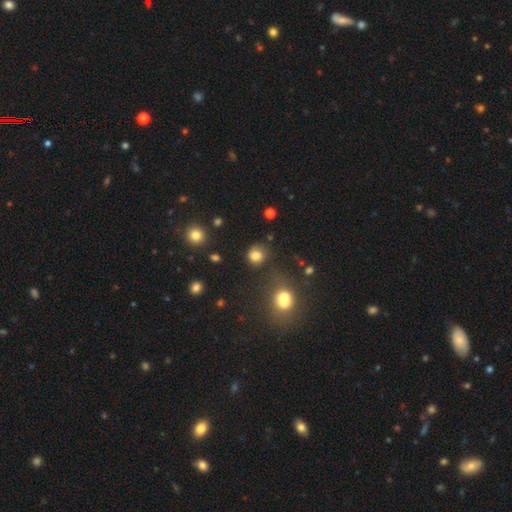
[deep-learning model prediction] Smooth or featured? Predicted: smooth (p=0.79). How rounded? Predicted: round (p=0.83). Merging? Predicted: none (p=0.70).